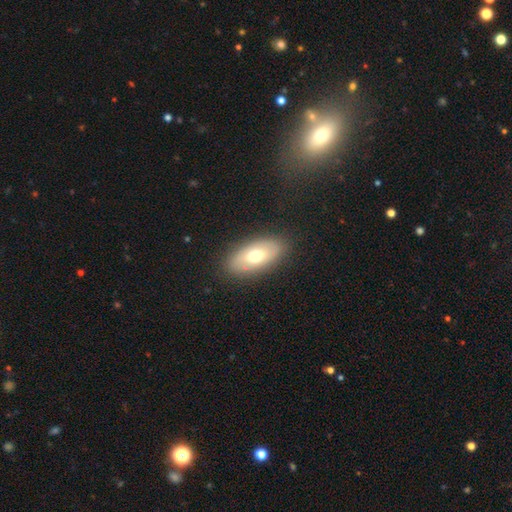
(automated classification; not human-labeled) A smooth galaxy with no disk features (59%) that is in between round and cigar-shaped (91%). Merging: none (86%).